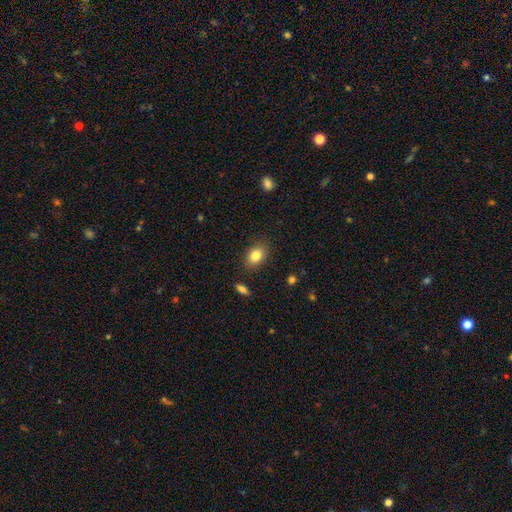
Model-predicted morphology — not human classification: A smooth galaxy with no disk features (84%) that is in between round and cigar-shaped (78%). Merging: none (86%).